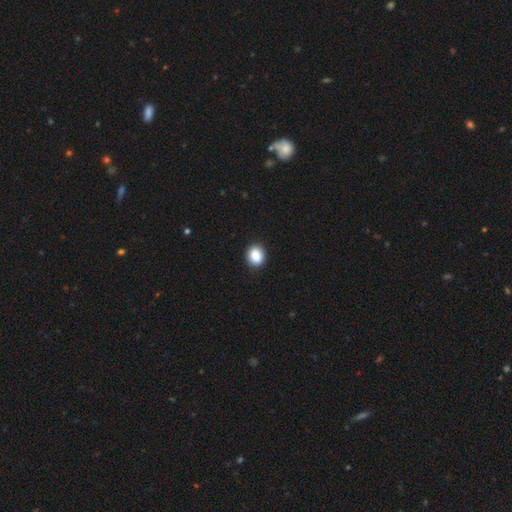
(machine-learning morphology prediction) This appears to be a smooth galaxy with no disk features (88%) that is round (61%). Merging: none (90%).